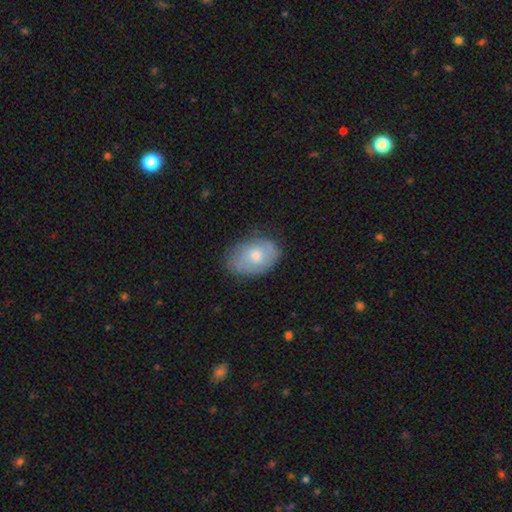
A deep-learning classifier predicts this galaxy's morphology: Smooth or featured?
  - smooth: 62% *
  - featured or disk: 32%
  - star or artifact: 7%
How rounded?
  - in between: 84% *
  - round: 15%
  - cigar-shaped: 1%
Merging?
  - none: 66% *
  - minor disturbance: 26%
  - major disturbance: 7%
  - merger: 1%